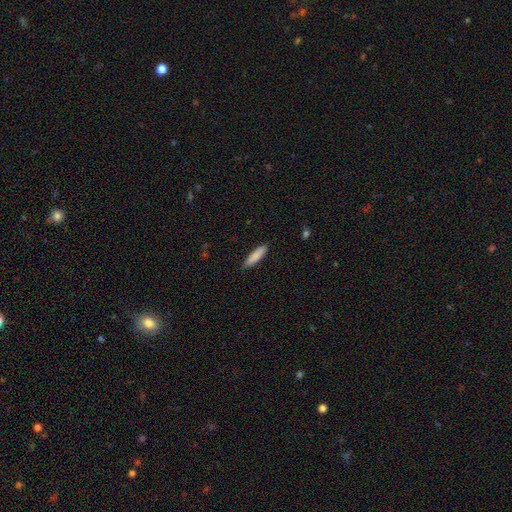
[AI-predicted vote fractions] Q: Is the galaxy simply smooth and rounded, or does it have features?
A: smooth — 86%.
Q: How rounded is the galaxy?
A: cigar-shaped — 76%.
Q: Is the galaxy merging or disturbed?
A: none — 89%.